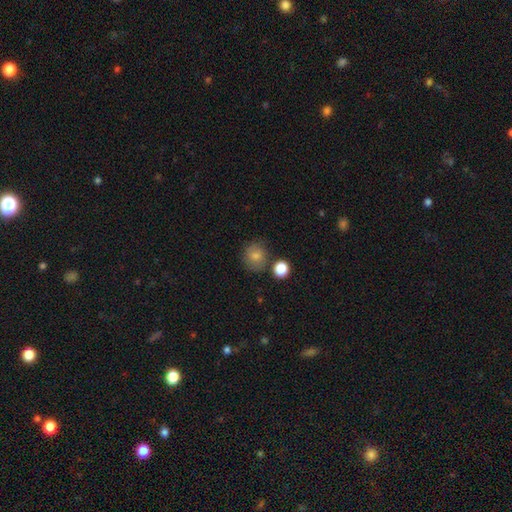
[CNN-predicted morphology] Smooth or featured? Predicted: smooth (p=0.79). How rounded? Predicted: round (p=0.82). Merging? Predicted: none (p=0.72).